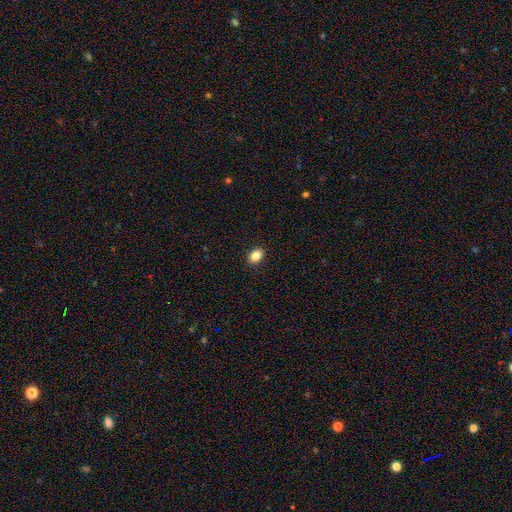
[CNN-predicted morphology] A smooth galaxy with no disk features (85%) that is in between round and cigar-shaped (67%). Merging: none (91%).